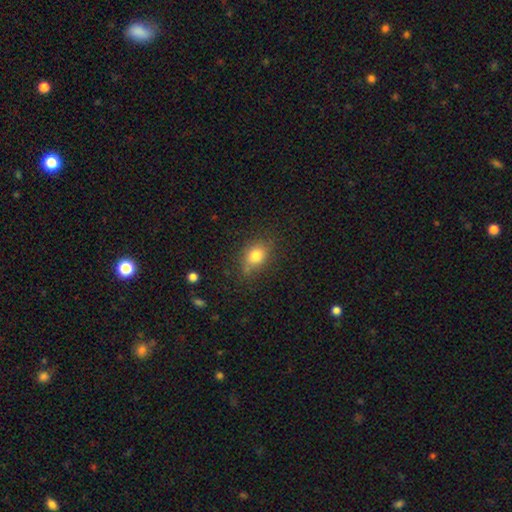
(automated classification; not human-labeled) This is likely a smooth galaxy (79%). How rounded: likely in between (67%). Merging: likely none (68%).